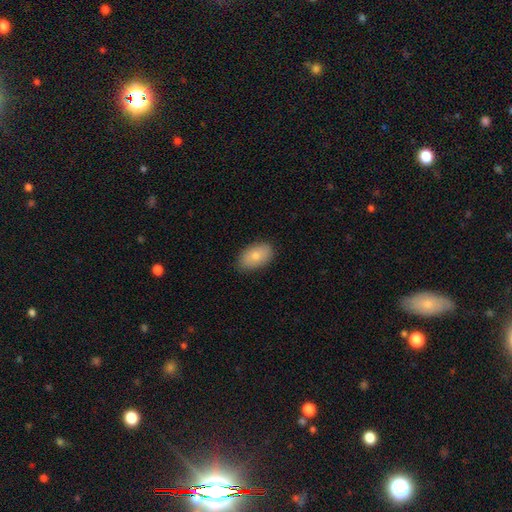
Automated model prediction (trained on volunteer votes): Q: Smooth or featured?
A: smooth (78%); runner-up: featured or disk (16%)
Q: How rounded?
A: in between (91%); runner-up: round (8%)
Q: Merging?
A: none (84%); runner-up: minor disturbance (13%)